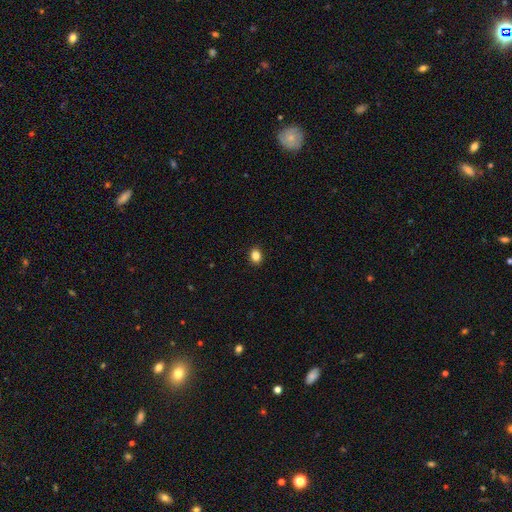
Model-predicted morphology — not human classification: smooth_or_featured: smooth (p=0.85) [alt: star or artifact p=0.10]
how_rounded: in between (p=0.60) [alt: round p=0.39]
merging: none (p=0.90) [alt: minor disturbance p=0.07]